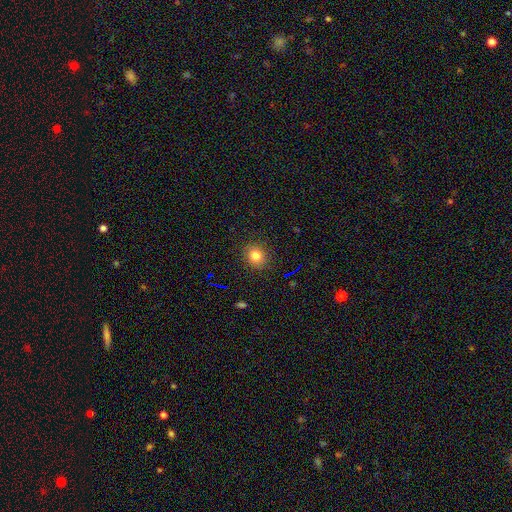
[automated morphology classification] Smooth or featured: smooth — 79% (star or artifact — 14%)
How rounded: round — 78% (in between — 21%)
Merging: none — 89% (minor disturbance — 8%)